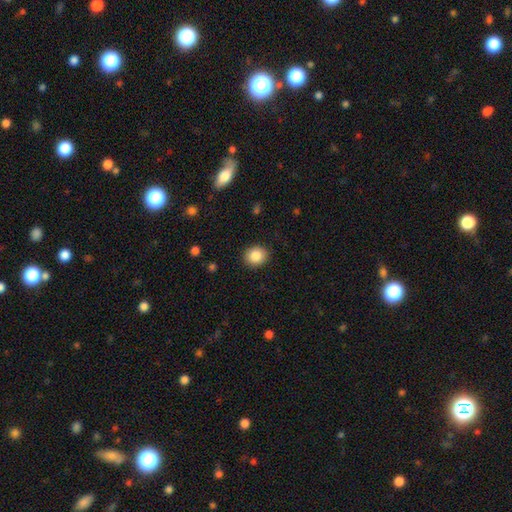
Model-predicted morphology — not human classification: type=smooth (86%); roundness=round (76%); merging=none (90%).